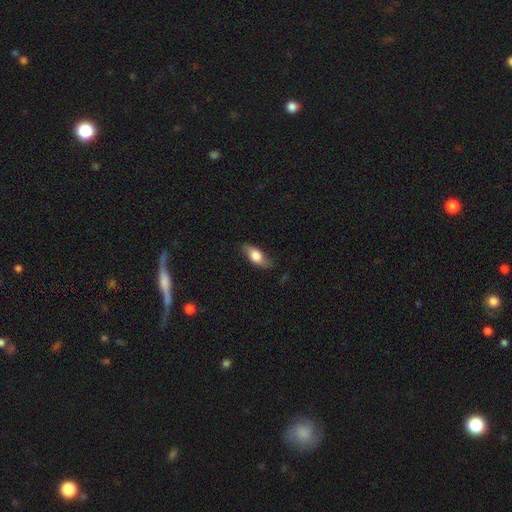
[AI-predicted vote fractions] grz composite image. It shows a smooth galaxy with no disk features (66%) that is in between round and cigar-shaped (80%). Merging: none (73%).